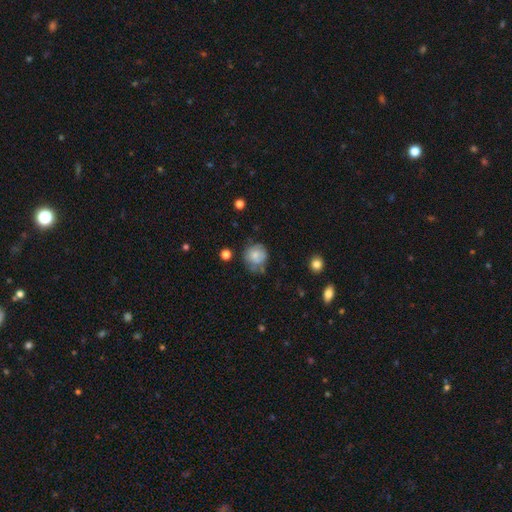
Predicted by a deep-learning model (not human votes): The model was most divided on "merging": none: 56%, minor disturbance: 28%, major disturbance: 10%, merger: 5%. More confident: how rounded — round (86%); smooth or featured — smooth (72%).